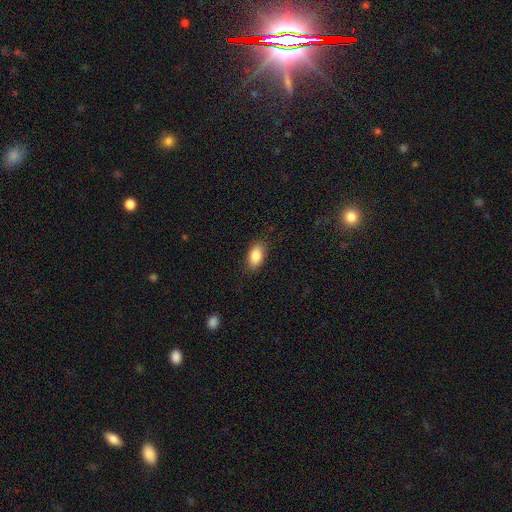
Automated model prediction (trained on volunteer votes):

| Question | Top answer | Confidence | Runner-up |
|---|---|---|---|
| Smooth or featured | smooth | 86% | star or artifact (7%) |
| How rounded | in between | 90% | round (7%) |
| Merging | none | 84% | minor disturbance (12%) |